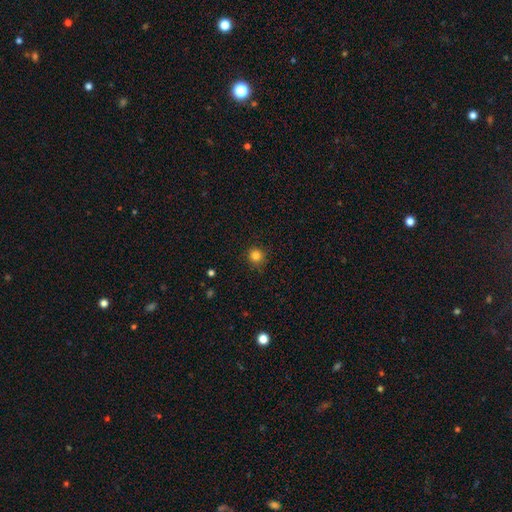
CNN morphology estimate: smooth_or_featured: smooth (p=0.83) [alt: star or artifact p=0.13]
how_rounded: round (p=0.93) [alt: in between p=0.06]
merging: none (p=0.88) [alt: minor disturbance p=0.09]